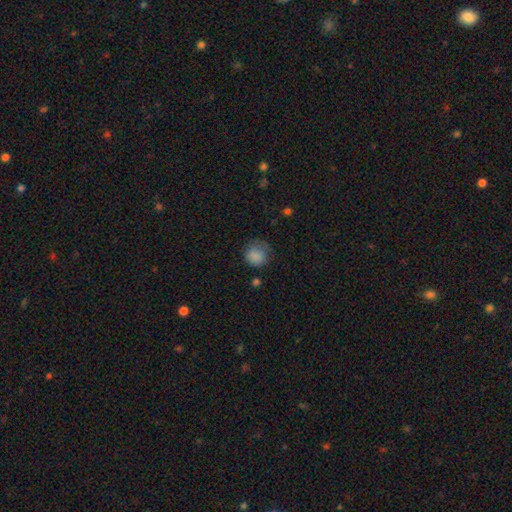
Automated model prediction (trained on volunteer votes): Smooth or featured: smooth — 83% (star or artifact — 11%)
How rounded: round — 80% (in between — 19%)
Merging: none — 59% (minor disturbance — 26%)